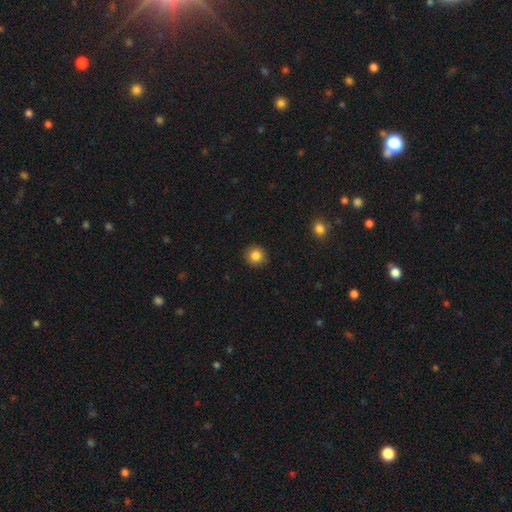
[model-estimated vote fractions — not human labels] A smooth galaxy with no disk features (85%) that is round (93%). Merging: none (90%).